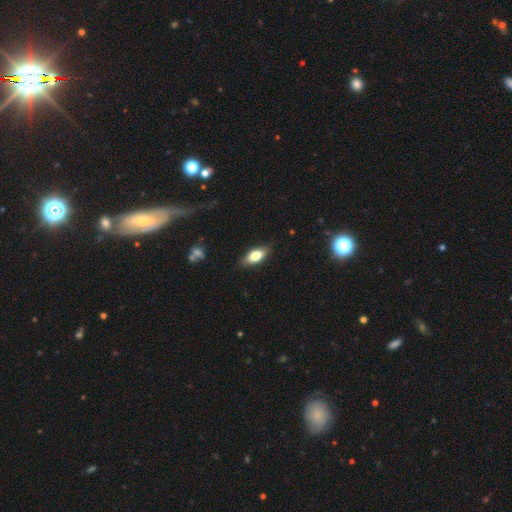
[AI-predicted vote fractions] This is likely a smooth galaxy (76%). How rounded: clearly in between (82%). Merging: clearly none (83%).